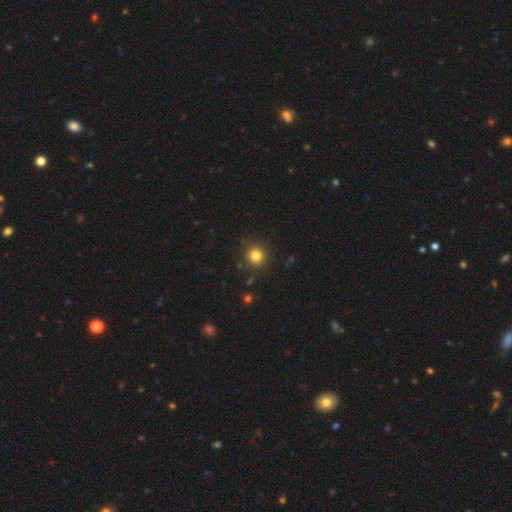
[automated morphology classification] A smooth galaxy with no disk features (82%) that is round (93%). Merging: none (88%).